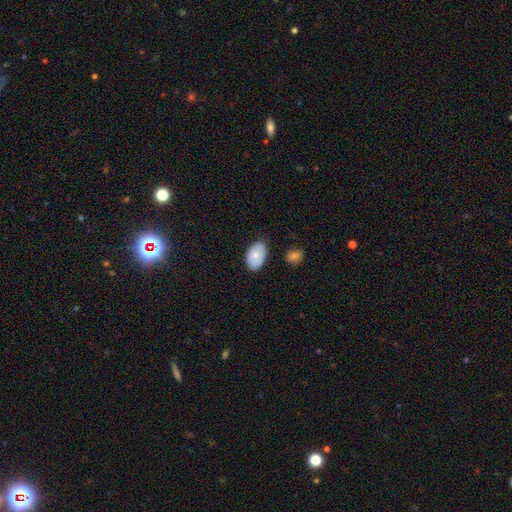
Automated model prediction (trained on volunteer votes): Smooth or featured?
  - smooth: 72% *
  - featured or disk: 21%
  - star or artifact: 7%
How rounded?
  - in between: 91% *
  - round: 7%
  - cigar-shaped: 1%
Merging?
  - none: 75% *
  - minor disturbance: 19%
  - major disturbance: 3%
  - merger: 3%